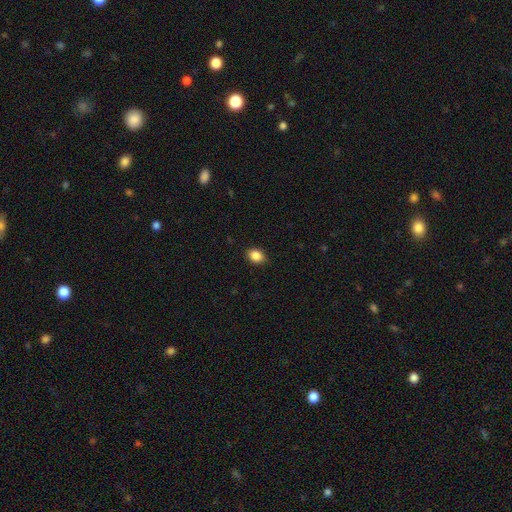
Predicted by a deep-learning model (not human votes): Smooth or featured? smooth (87%)
How rounded? in between (64%)
Merging? none (87%)